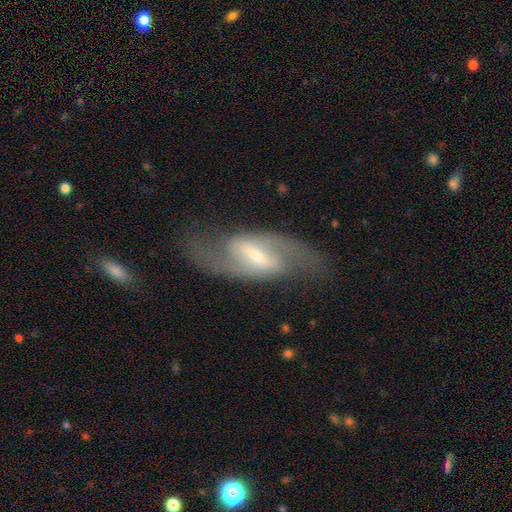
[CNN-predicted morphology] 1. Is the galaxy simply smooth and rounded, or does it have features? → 87% featured or disk, 8% smooth, 5% star or artifact.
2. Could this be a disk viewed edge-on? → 94% no, 6% yes.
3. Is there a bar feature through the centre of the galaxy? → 55% strong, 37% weak, 8% no.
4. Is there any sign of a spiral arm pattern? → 94% yes, 6% no.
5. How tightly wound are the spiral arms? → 47% loose, 42% medium, 11% tight.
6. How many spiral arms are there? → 92% 2, 3% can't tell, 1% 1, 1% 3, 1% 4, 1% more than 4.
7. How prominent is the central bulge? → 57% small, 33% moderate, 5% large, 4% none, 1% dominant.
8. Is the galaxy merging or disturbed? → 78% none, 13% minor disturbance, 8% major disturbance, 1% merger.